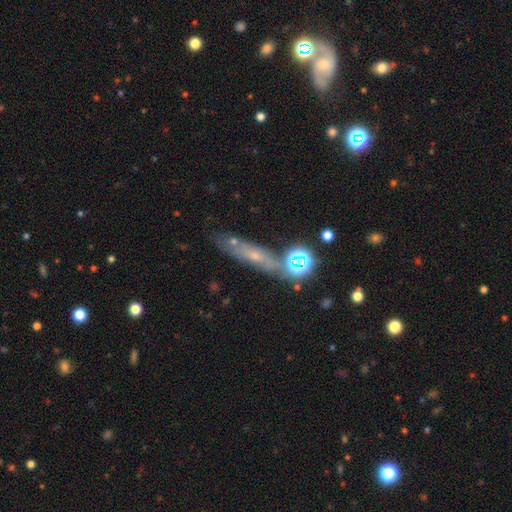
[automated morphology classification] This is marginally a featured or disk galaxy (42%). Merging: likely none (62%).